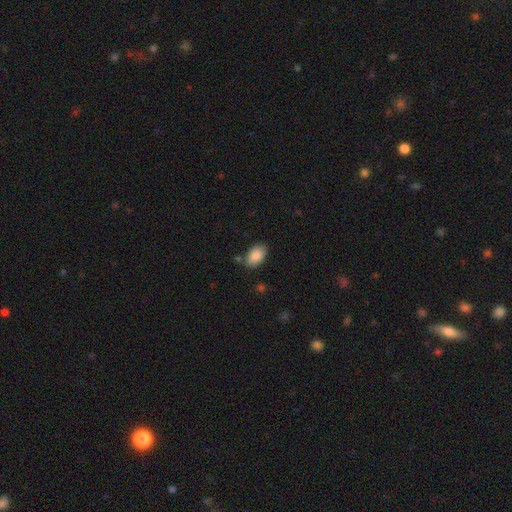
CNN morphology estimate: Smooth or featured? Predicted: smooth (p=0.88). How rounded? Predicted: in between (p=0.92). Merging? Predicted: none (p=0.78).